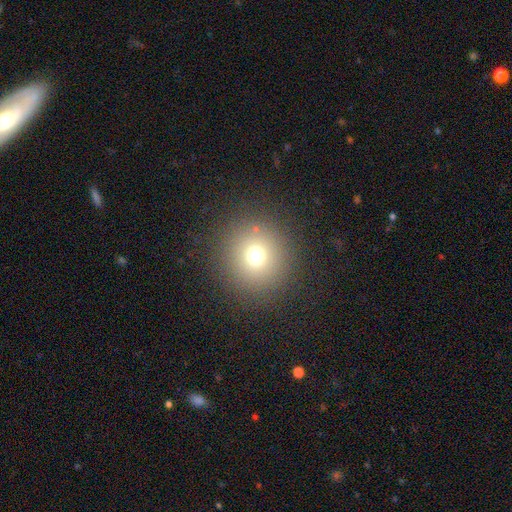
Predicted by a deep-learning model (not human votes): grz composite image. It shows a smooth galaxy with no disk features (70%) that is round (94%). Merging: none (89%).